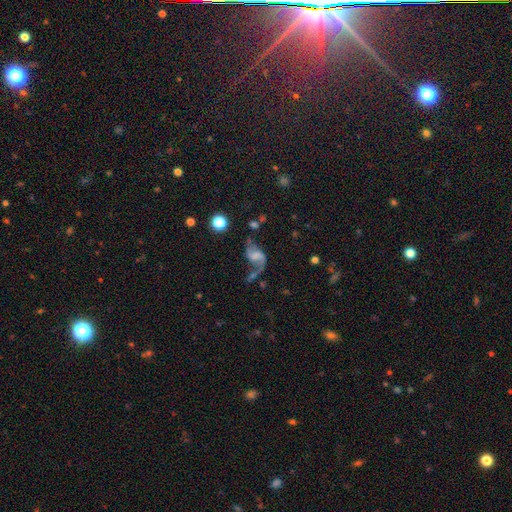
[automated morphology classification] Smooth or featured? Predicted: featured or disk (p=0.78). Edge-on disk? Predicted: no (p=0.98). Bar? Predicted: weak (p=0.45). Spiral arms? Predicted: yes (p=0.92). Spiral winding? Predicted: loose (p=0.79). Spiral arm count? Predicted: 2 (p=0.83). Bulge size? Predicted: none (p=0.46). Merging? Predicted: none (p=0.45).